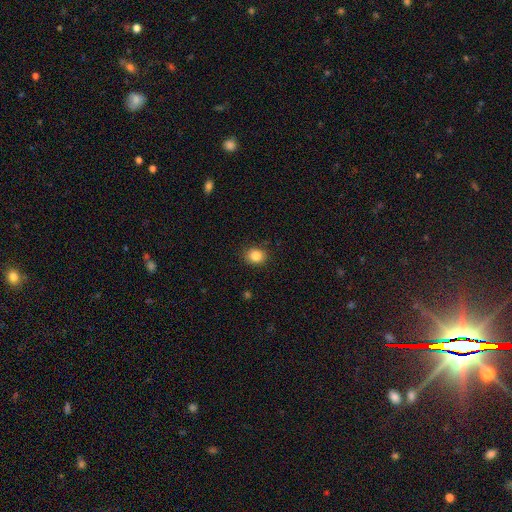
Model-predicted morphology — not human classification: smooth_or_featured: smooth (p=0.85) [alt: star or artifact p=0.10]
how_rounded: round (p=0.67) [alt: in between p=0.32]
merging: none (p=0.88) [alt: minor disturbance p=0.09]